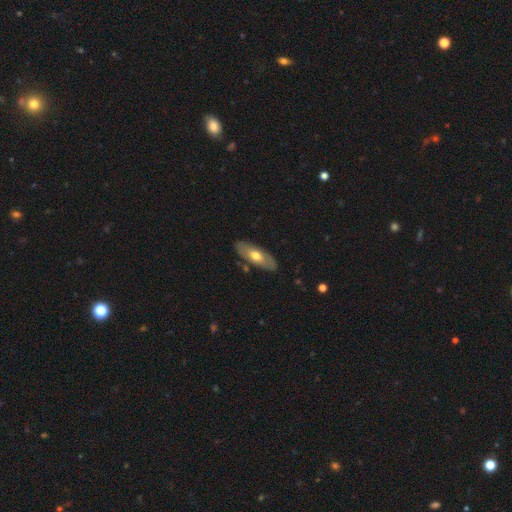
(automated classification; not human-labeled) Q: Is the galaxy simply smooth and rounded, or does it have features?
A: smooth — 51%.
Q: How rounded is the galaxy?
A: in between — 76%.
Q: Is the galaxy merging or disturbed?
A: none — 85%.